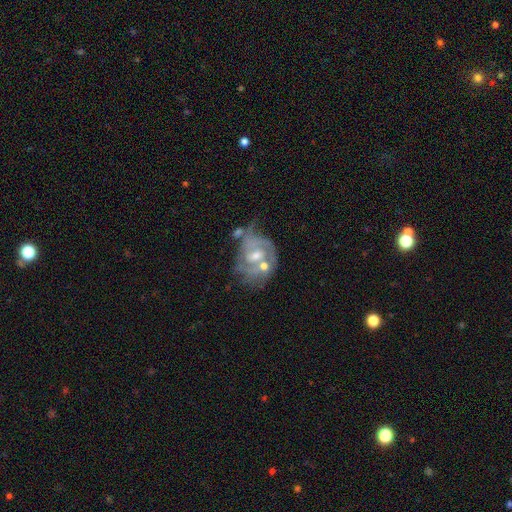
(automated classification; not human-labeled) Smooth or featured? Predicted: featured or disk (p=0.80). Edge-on disk? Predicted: no (p=0.97). Bar? Predicted: weak (p=0.45). Spiral arms? Predicted: yes (p=0.86). Spiral winding? Predicted: tight (p=0.46). Spiral arm count? Predicted: 2 (p=0.49). Bulge size? Predicted: moderate (p=0.54). Merging? Predicted: none (p=0.36).